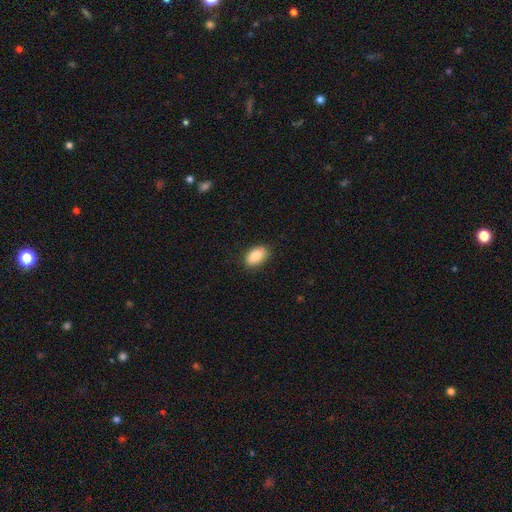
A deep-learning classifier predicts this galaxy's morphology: smooth_or_featured: smooth (p=0.87) [alt: star or artifact p=0.07]
how_rounded: in between (p=0.91) [alt: round p=0.08]
merging: none (p=0.84) [alt: minor disturbance p=0.13]